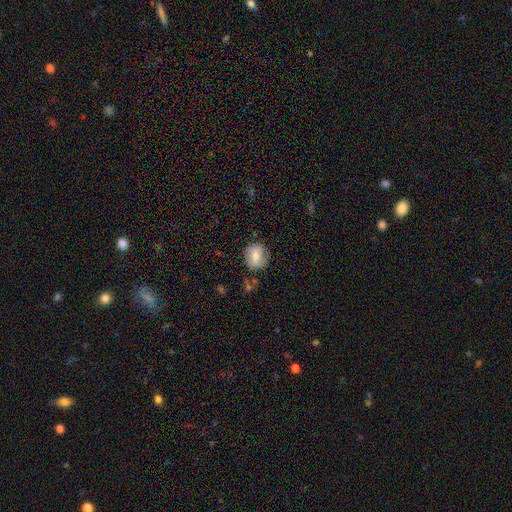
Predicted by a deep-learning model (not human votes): smooth_or_featured: smooth (p=0.73) [alt: featured or disk p=0.19]
how_rounded: round (p=0.83) [alt: in between p=0.16]
merging: none (p=0.79) [alt: minor disturbance p=0.15]